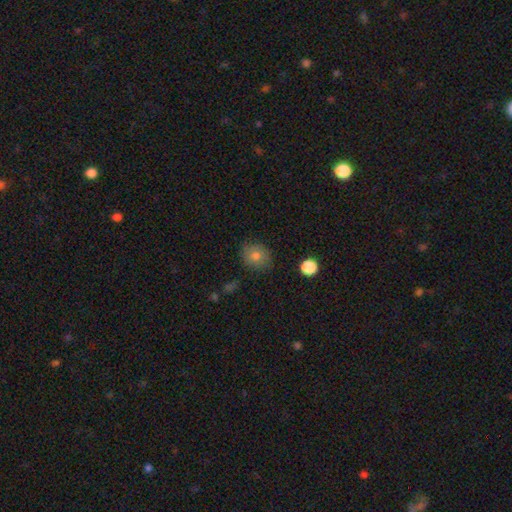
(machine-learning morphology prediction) smooth 77%, featured or disk 12%, star or artifact 11%. Down the decision tree: how rounded — round (70%); merging — none (82%).